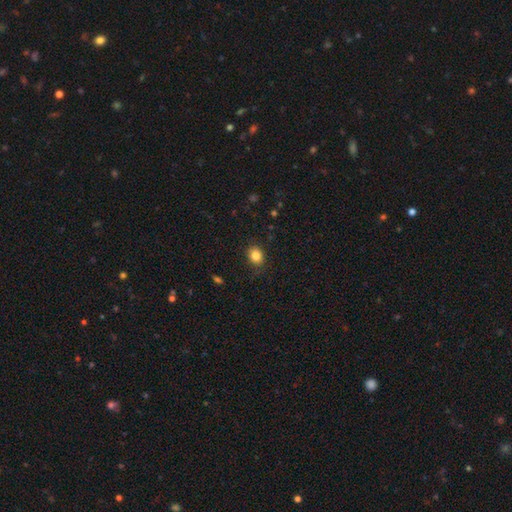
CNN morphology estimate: This is clearly a smooth galaxy (84%). How rounded: possibly round (55%). Merging: clearly none (84%).